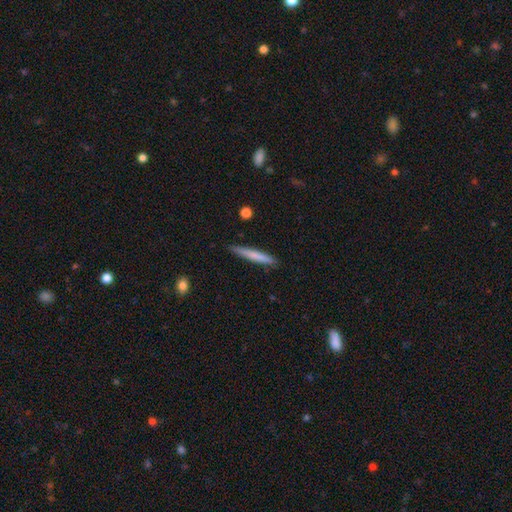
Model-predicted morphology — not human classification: Overall: smooth (71%). How rounded: cigar-shaped (96%). Merging: none (87%).